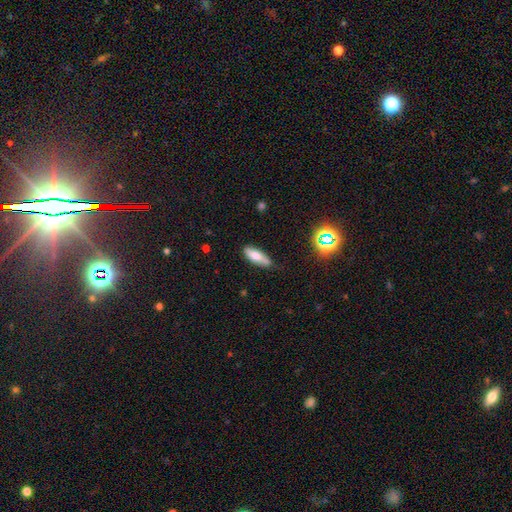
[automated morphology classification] The model was most divided on "how rounded": in between: 60%, cigar-shaped: 38%, round: 2%. More confident: smooth or featured — smooth (71%); merging — none (68%).